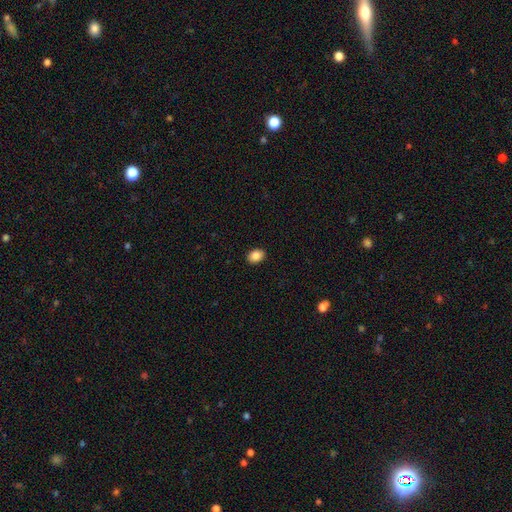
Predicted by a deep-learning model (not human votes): Smooth or featured: smooth — 88% (star or artifact — 8%)
How rounded: in between — 69% (round — 30%)
Merging: none — 91% (minor disturbance — 7%)